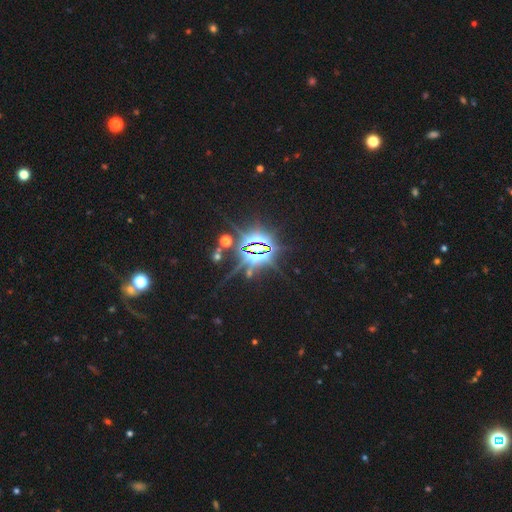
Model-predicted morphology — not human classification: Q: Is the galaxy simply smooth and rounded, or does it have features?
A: star or artifact — 85%.